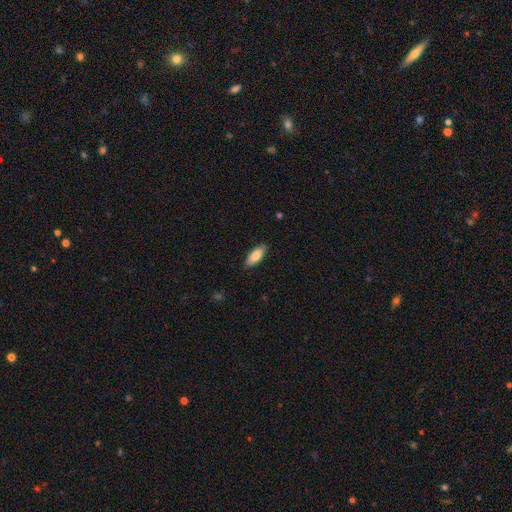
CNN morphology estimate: A smooth galaxy with no disk features (83%) that is in between round and cigar-shaped (82%). Merging: none (87%).